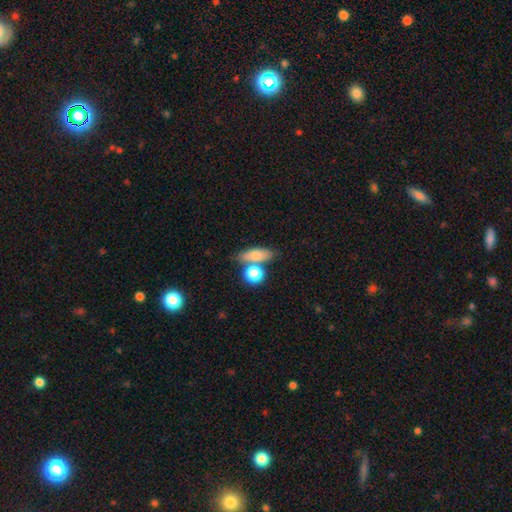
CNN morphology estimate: This is likely a smooth galaxy (75%). How rounded: possibly in between (59%). Merging: possibly none (55%).